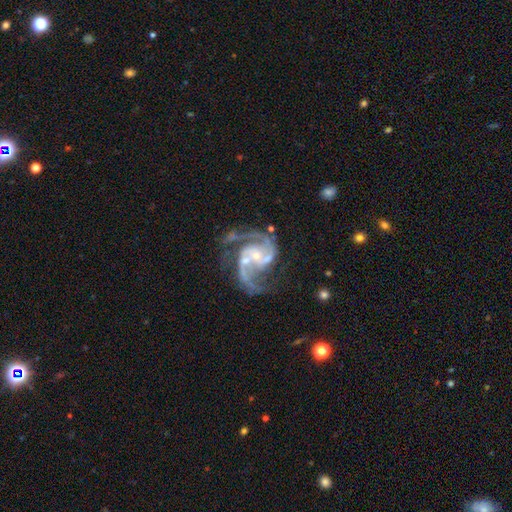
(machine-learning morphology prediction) type=featured or disk (92%); edge-on=no (98%); bar=no (55%); spiral arms=yes (98%); winding=medium (60%); arm count=2 (79%); bulge=small (66%); merging=none (47%).